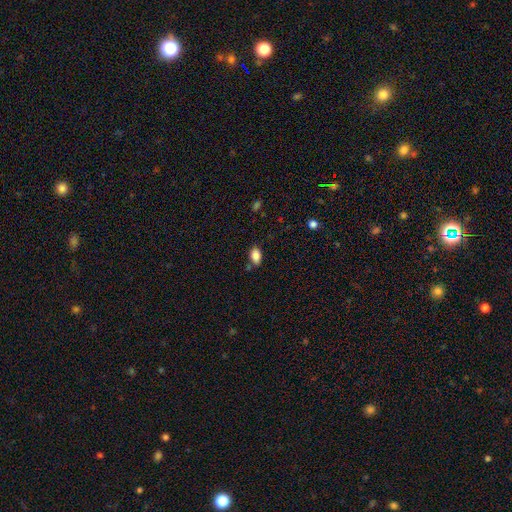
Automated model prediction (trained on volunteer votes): Smooth or featured? smooth (86%)
How rounded? in between (91%)
Merging? none (75%)